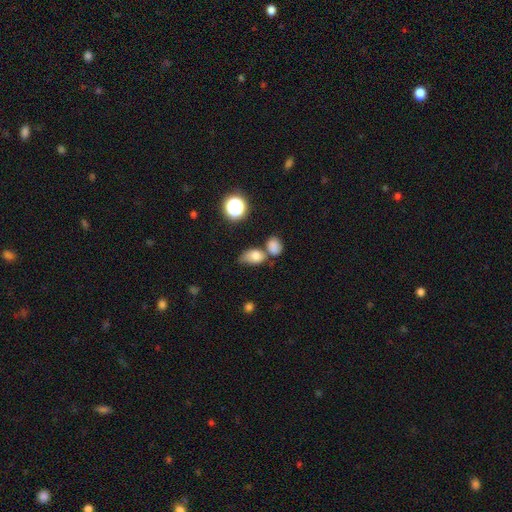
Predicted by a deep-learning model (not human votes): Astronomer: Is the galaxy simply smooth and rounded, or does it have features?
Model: smooth — 77%.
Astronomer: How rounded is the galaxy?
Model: in between — 83%.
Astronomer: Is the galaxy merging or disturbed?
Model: none — 42% (runner-up: merger, 30%).